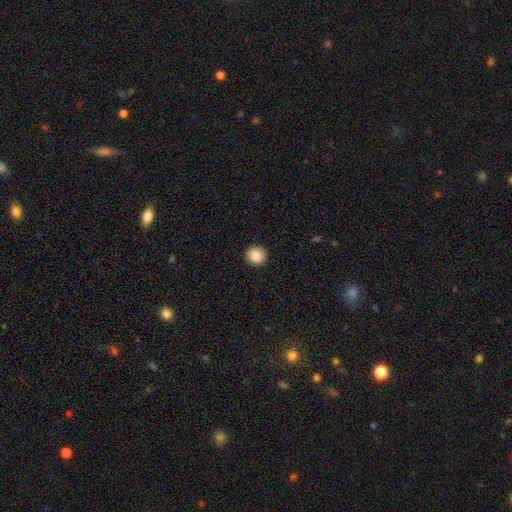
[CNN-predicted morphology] Q: Smooth or featured?
A: smooth (86%); runner-up: star or artifact (9%)
Q: How rounded?
A: round (94%); runner-up: in between (5%)
Q: Merging?
A: none (93%); runner-up: minor disturbance (5%)